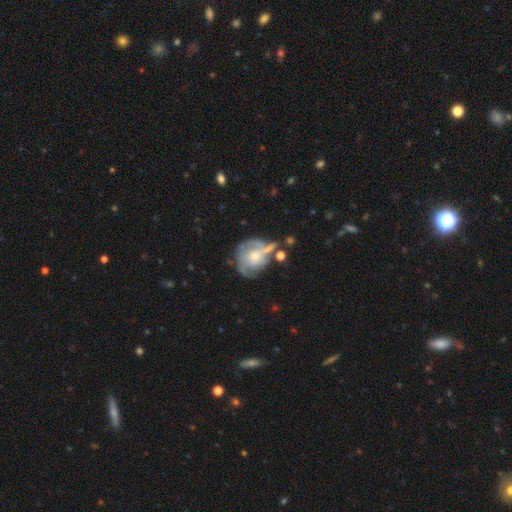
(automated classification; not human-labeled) Overall: featured or disk (75%). Edge-on disk: no (97%). Bar: no (73%). Spiral arms: yes (87%). Spiral arm count: 3 (31%; 2 27%). Spiral winding: tight (42%; medium 41%). Bulge size: small (59%; moderate 35%). Merging: none (50%; minor disturbance 23%).